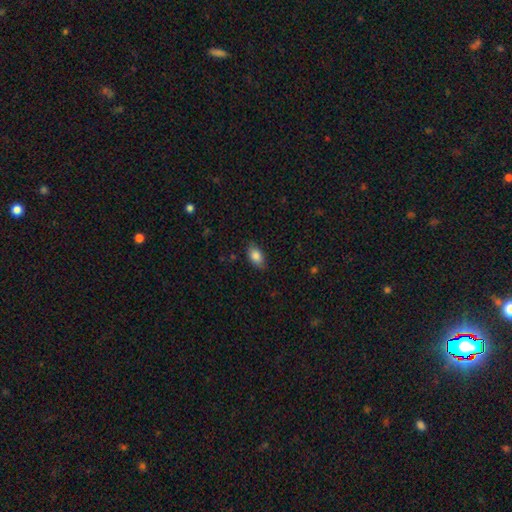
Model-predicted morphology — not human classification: Smooth or featured: smooth — 85% (featured or disk — 8%)
How rounded: in between — 90% (round — 7%)
Merging: none — 80% (minor disturbance — 16%)